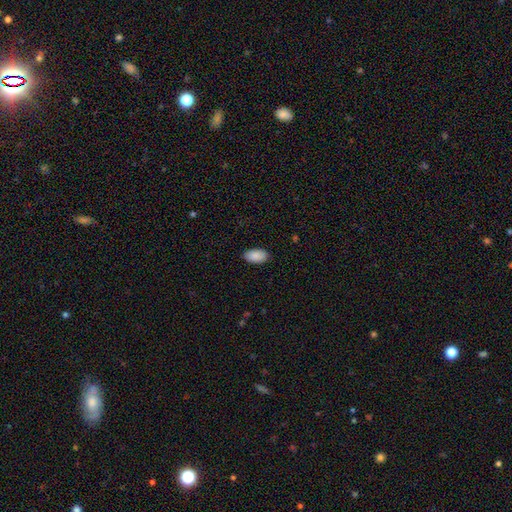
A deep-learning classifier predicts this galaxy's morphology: Overall: smooth (90%). How rounded: in between (95%). Merging: none (88%).